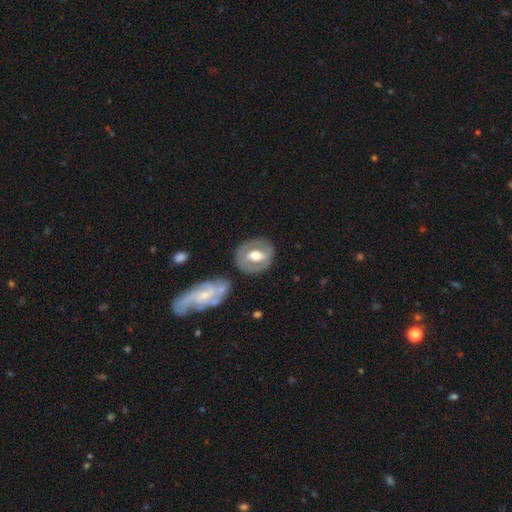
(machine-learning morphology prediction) smooth-or-featured: featured or disk: 62% | smooth: 33% | star or artifact: 5%
  disk-edge-on: no: 93% | yes: 7%
    bar: weak: 38% | strong: 33% | no: 28%
    has-spiral-arms: no: 55% | yes: 45%
    bulge-size: moderate: 74% | large: 15% | small: 9% | dominant: 1% | none: 1%
  merging: none: 74% | minor disturbance: 14% | merger: 7% | major disturbance: 5%